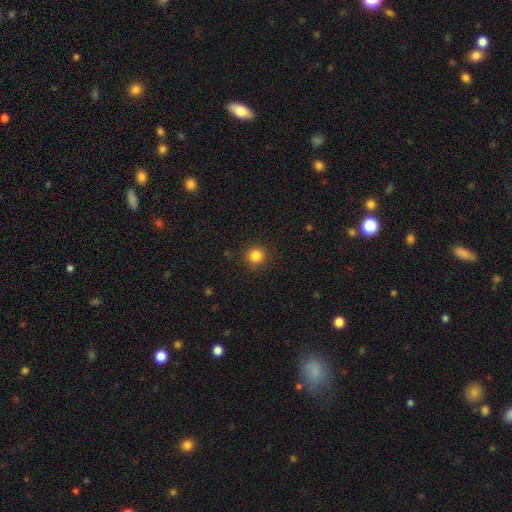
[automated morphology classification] Q: Smooth or featured?
A: smooth (84%); runner-up: star or artifact (12%)
Q: How rounded?
A: round (94%); runner-up: in between (5%)
Q: Merging?
A: none (89%); runner-up: minor disturbance (7%)